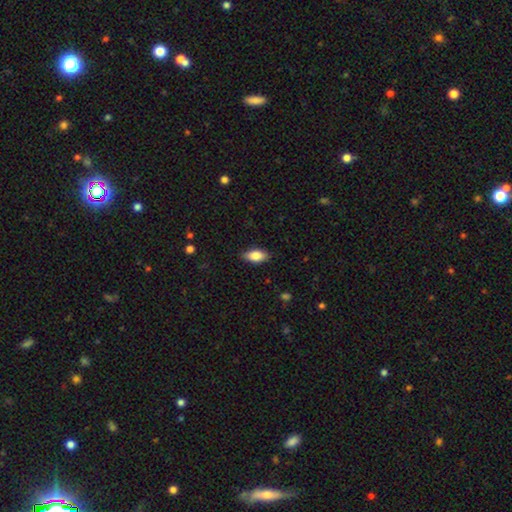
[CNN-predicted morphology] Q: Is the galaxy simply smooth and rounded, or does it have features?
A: smooth — 82%.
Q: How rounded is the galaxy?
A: in between — 89%.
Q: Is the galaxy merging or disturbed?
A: none — 86%.